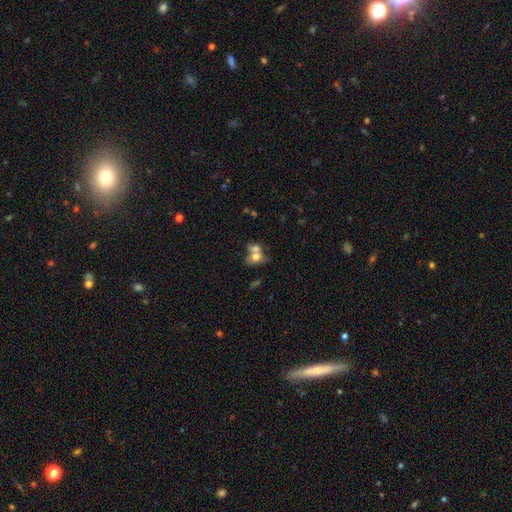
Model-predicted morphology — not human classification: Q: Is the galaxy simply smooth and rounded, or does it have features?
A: smooth — 62%.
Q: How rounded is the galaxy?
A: in between — 64%.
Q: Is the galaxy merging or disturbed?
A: merger — 63%.